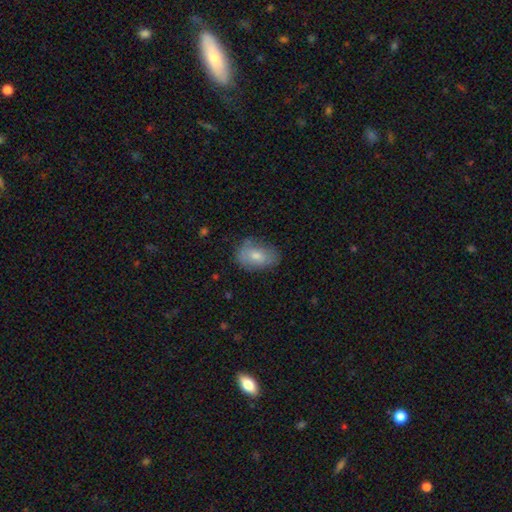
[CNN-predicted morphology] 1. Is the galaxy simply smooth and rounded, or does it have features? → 70% smooth, 21% featured or disk, 8% star or artifact.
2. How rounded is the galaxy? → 85% in between, 13% round, 2% cigar-shaped.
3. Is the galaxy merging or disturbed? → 66% none, 26% minor disturbance, 6% major disturbance, 2% merger.